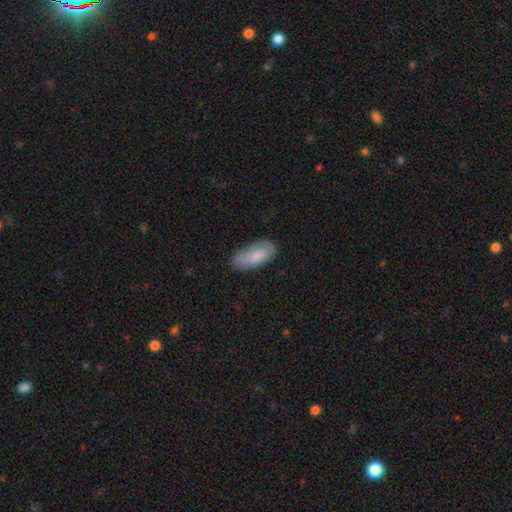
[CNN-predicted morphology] Smooth or featured?
  - smooth: 81% *
  - featured or disk: 12%
  - star or artifact: 6%
How rounded?
  - in between: 88% *
  - cigar-shaped: 10%
  - round: 2%
Merging?
  - none: 72% *
  - minor disturbance: 21%
  - major disturbance: 5%
  - merger: 2%